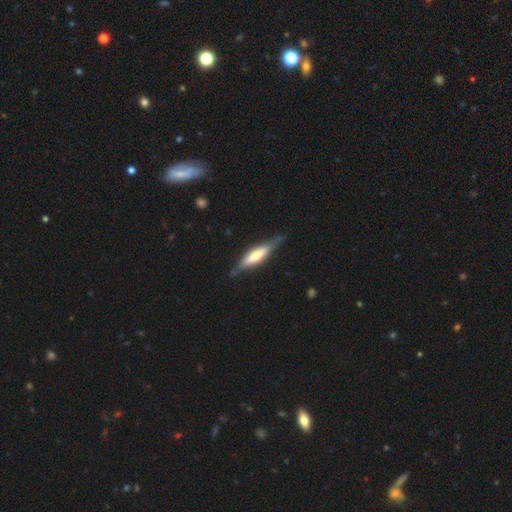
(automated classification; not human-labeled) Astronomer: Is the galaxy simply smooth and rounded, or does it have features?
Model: featured or disk — 58% (runner-up: smooth, 37%).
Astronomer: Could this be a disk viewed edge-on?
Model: yes — 90%.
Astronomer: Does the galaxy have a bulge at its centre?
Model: rounded — 53% (runner-up: boxy, 35%).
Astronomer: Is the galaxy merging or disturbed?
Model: none — 77%.